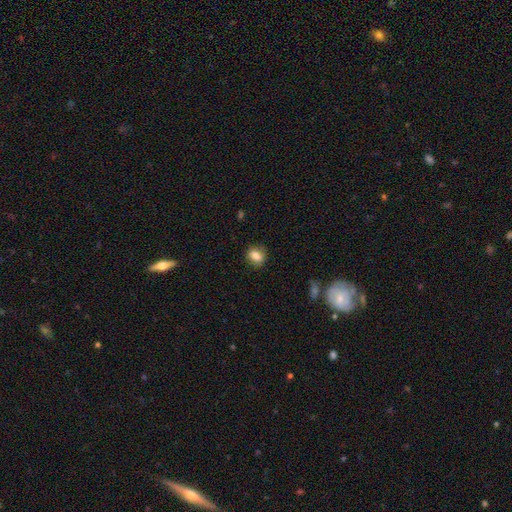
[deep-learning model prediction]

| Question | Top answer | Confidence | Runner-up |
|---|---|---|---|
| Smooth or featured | smooth | 80% | featured or disk (11%) |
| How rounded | in between | 51% | round (48%) |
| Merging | none | 81% | minor disturbance (14%) |